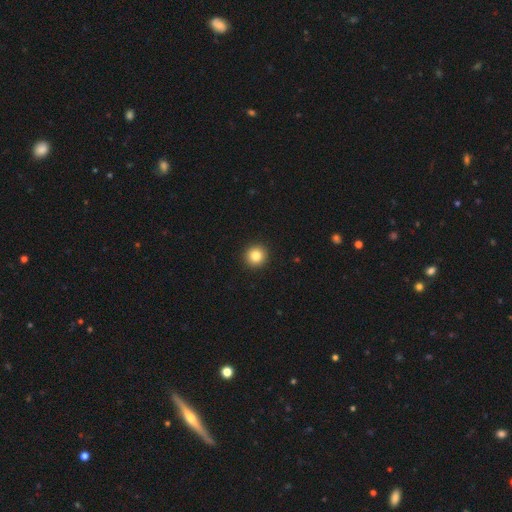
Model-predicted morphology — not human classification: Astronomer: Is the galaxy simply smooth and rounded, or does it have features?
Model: smooth — 84%.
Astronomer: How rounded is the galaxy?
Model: round — 95%.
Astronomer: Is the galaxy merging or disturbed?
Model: none — 94%.